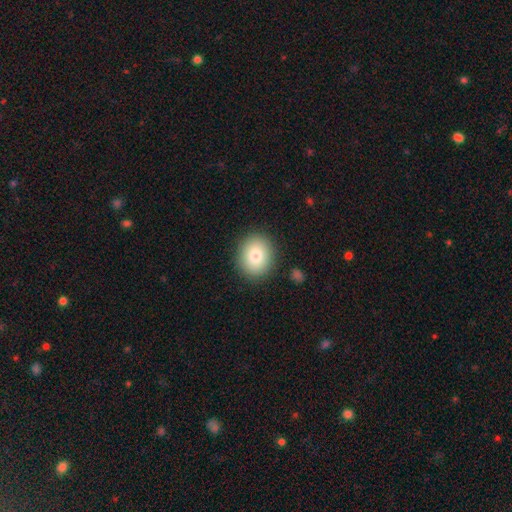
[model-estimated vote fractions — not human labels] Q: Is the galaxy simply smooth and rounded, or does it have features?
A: smooth — 81%.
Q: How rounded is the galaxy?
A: round — 63%.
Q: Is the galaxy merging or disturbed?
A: none — 88%.